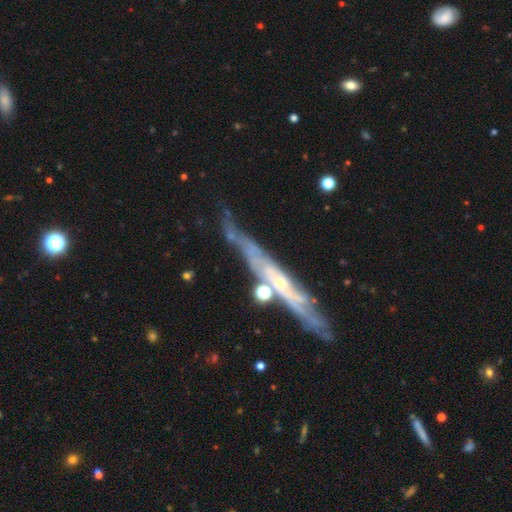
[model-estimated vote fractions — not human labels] Overall: featured or disk (76%). Edge-on disk: yes (65%; no 35%). Merging: none (61%; minor disturbance 24%).